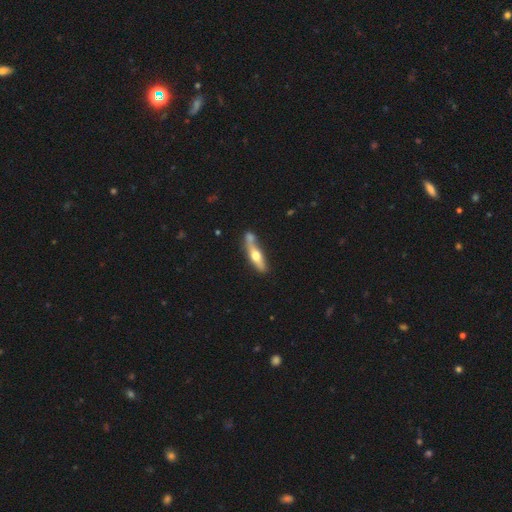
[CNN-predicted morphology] Smooth or featured? featured or disk (52%)
Edge-on disk? yes (85%)
Merging? none (53%)